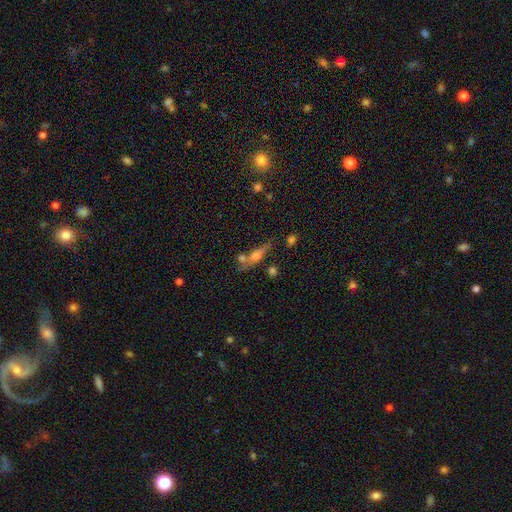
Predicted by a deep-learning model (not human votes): This is possibly a smooth galaxy (46%). Merging: possibly none (52%).